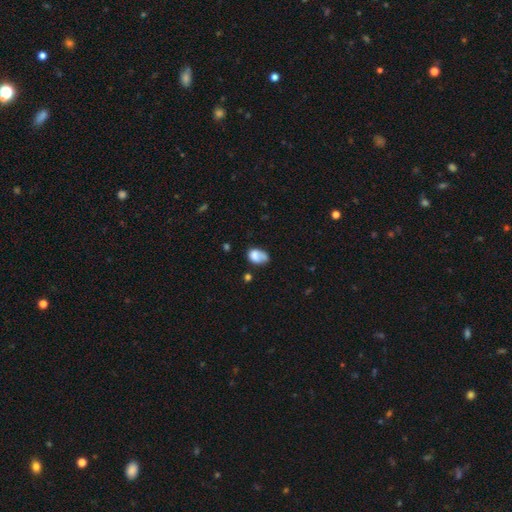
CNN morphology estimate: smooth_or_featured: smooth (p=0.72) [alt: featured or disk p=0.18]
how_rounded: in between (p=0.78) [alt: round p=0.20]
merging: none (p=0.33) [alt: minor disturbance p=0.29]